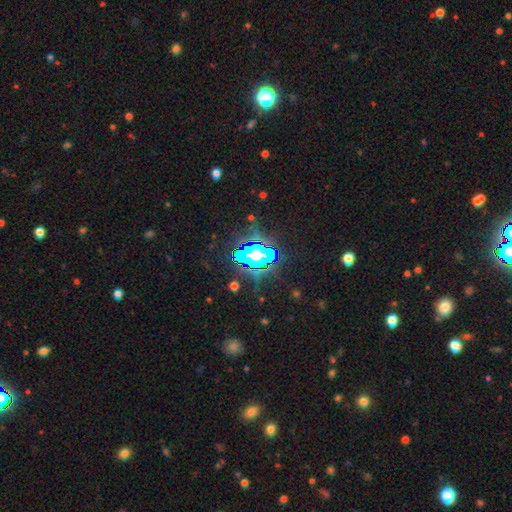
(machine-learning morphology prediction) Smooth or featured: star or artifact — 81% (smooth — 12%)